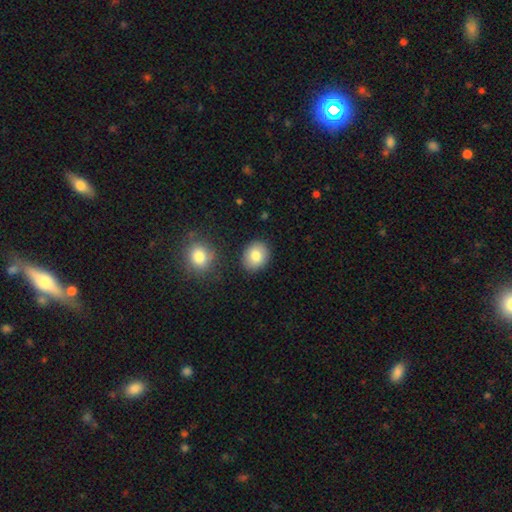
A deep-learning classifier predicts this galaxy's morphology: A smooth galaxy with no disk features (83%) that is round (60%). Merging: none (86%).